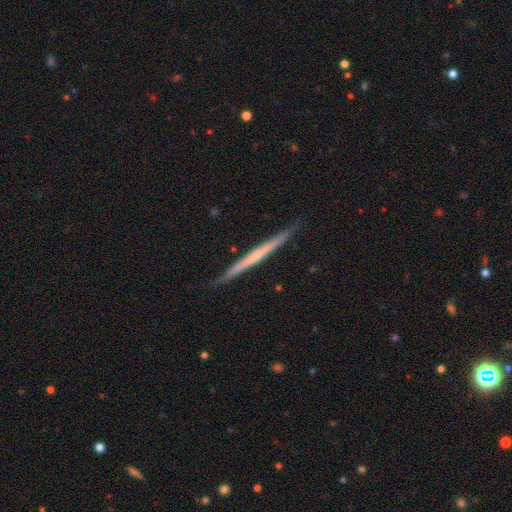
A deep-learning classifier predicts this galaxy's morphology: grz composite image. It shows a featured or disk galaxy (61%) viewed edge-on (98%) with no central bulge (81%). Merging: none (90%).